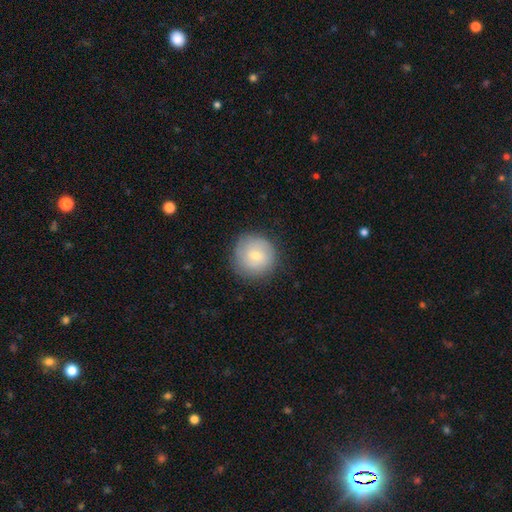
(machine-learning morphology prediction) A smooth galaxy with no disk features (69%) that is round (94%). Merging: none (83%).